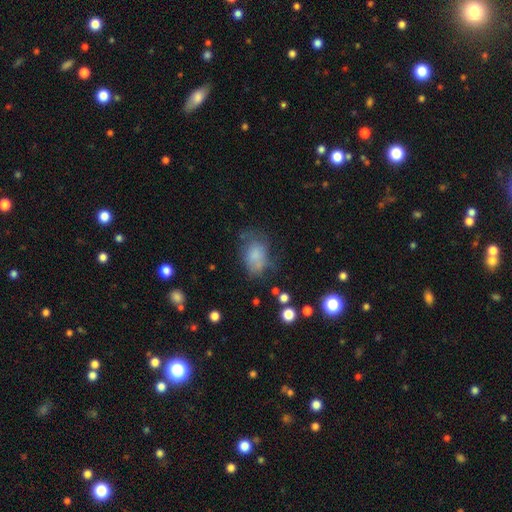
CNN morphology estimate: A smooth galaxy with no disk features (72%) that is in between round and cigar-shaped (81%).

Vote fractions:
- Smooth or featured? smooth: 72% / featured or disk: 17% / star or artifact: 11%
- How rounded? in between: 81% / round: 17% / cigar-shaped: 2%
- Merging? none: 46% / minor disturbance: 29% / major disturbance: 20% / merger: 6%